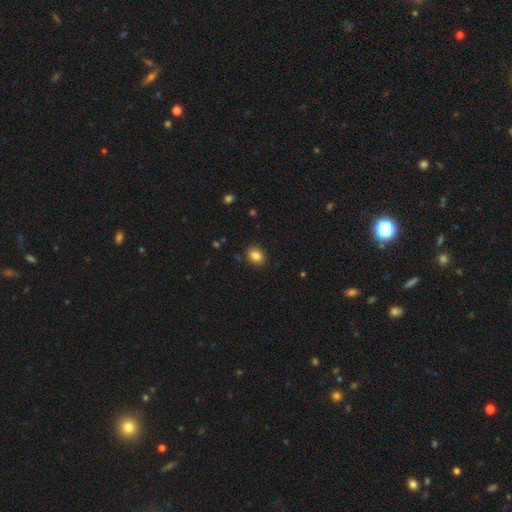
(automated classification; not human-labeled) smooth 84%, star or artifact 10%, featured or disk 6%. Down the decision tree: how rounded — round (55%); merging — none (89%).